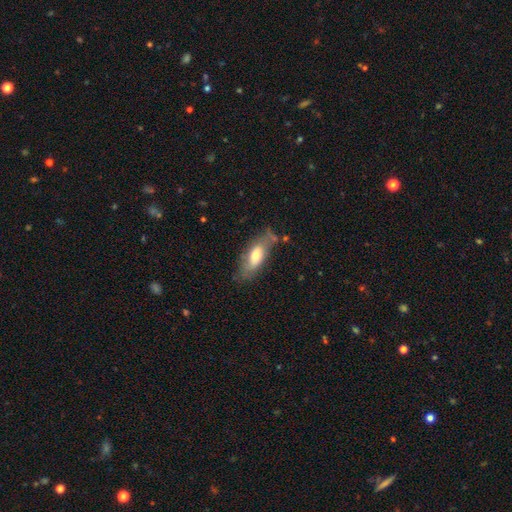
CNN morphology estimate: A smooth galaxy with no disk features (62%) that is in between round and cigar-shaped (77%). Merging: none (64%).